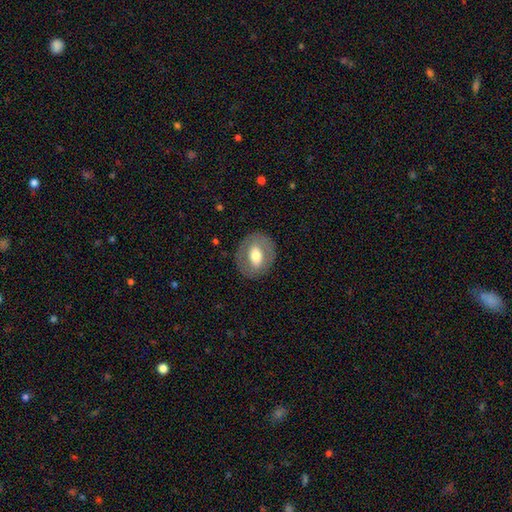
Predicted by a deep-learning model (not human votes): Q: Smooth or featured?
A: smooth (52%); runner-up: featured or disk (41%)
Q: How rounded?
A: round (50%); runner-up: in between (49%)
Q: Merging?
A: none (84%); runner-up: minor disturbance (10%)